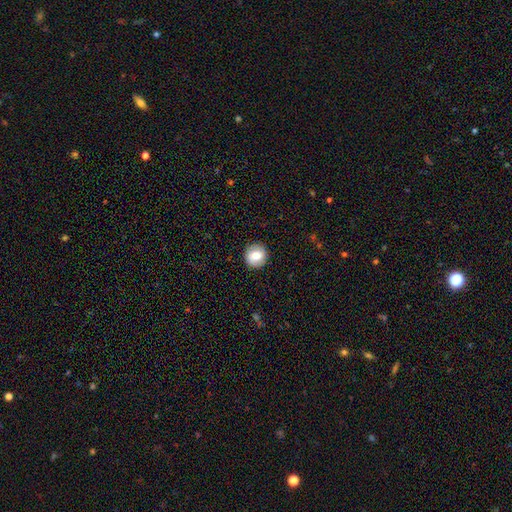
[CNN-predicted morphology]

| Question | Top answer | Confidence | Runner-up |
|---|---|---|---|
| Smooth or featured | smooth | 76% | featured or disk (16%) |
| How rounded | round | 93% | in between (7%) |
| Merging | none | 91% | minor disturbance (6%) |